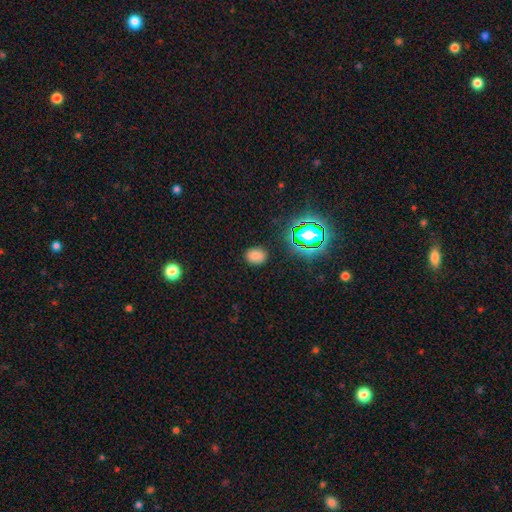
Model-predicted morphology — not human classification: smooth-or-featured: smooth: 75% | star or artifact: 18% | featured or disk: 6%
  how-rounded: in between: 55% | round: 44% | cigar-shaped: 1%
  merging: none: 87% | minor disturbance: 9% | major disturbance: 3% | merger: 2%